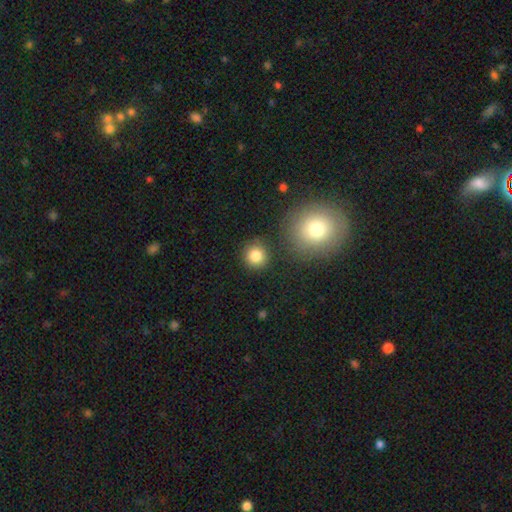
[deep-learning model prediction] This appears to be a smooth galaxy with no disk features (84%) that is round (91%). Merging: none (84%).